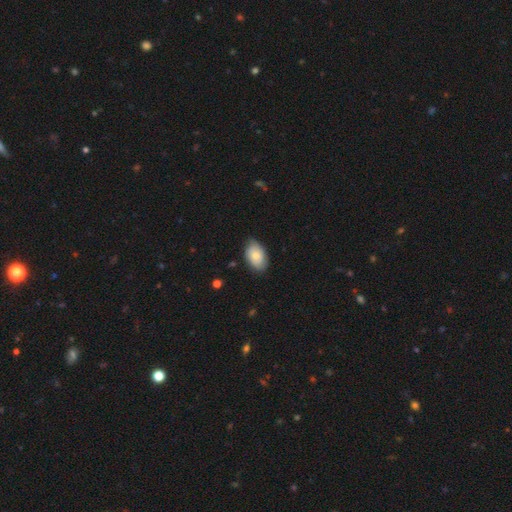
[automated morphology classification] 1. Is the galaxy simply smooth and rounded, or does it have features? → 76% smooth, 18% featured or disk, 6% star or artifact.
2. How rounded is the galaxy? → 92% in between, 6% round, 1% cigar-shaped.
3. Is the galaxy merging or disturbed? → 78% none, 18% minor disturbance, 3% major disturbance, 1% merger.